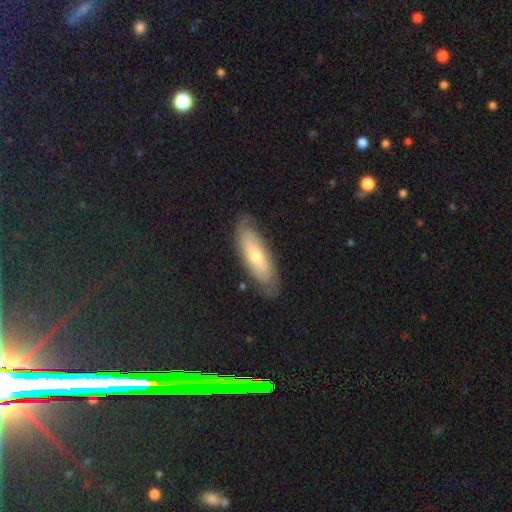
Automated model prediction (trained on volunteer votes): Q: Smooth or featured?
A: smooth (47%); runner-up: featured or disk (46%)
Q: Merging?
A: none (75%); runner-up: minor disturbance (18%)